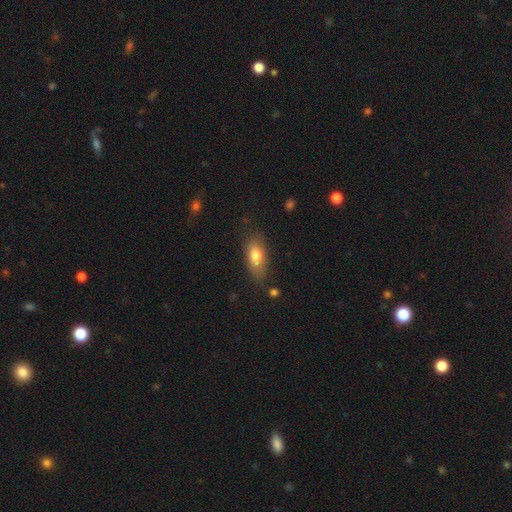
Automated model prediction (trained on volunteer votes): Smooth or featured? smooth (76%)
How rounded? in between (80%)
Merging? none (74%)